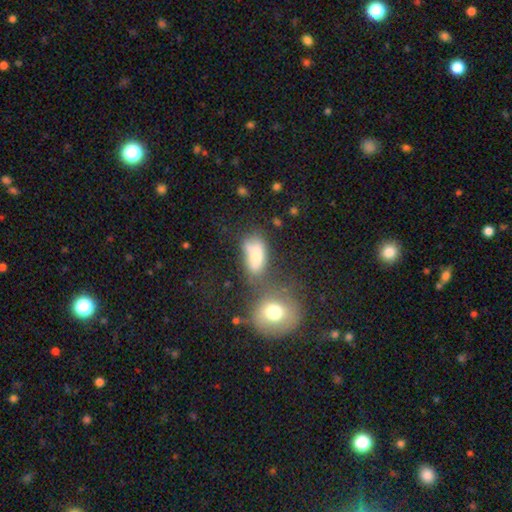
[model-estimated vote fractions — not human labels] This is likely a smooth galaxy (71%). How rounded: clearly in between (83%). Merging: marginally none (38%).